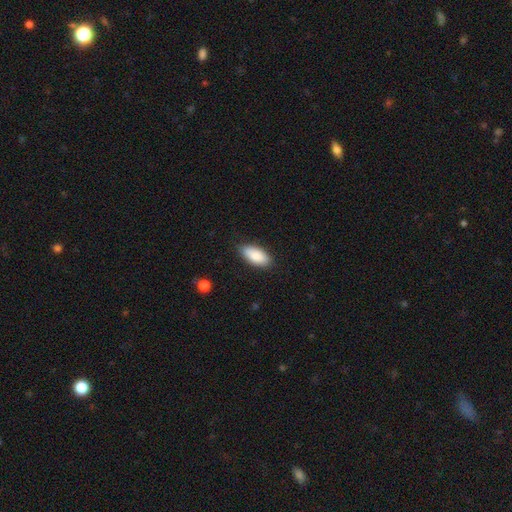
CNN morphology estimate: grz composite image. It shows a smooth galaxy with no disk features (86%) that is in between round and cigar-shaped (90%). Merging: none (83%).